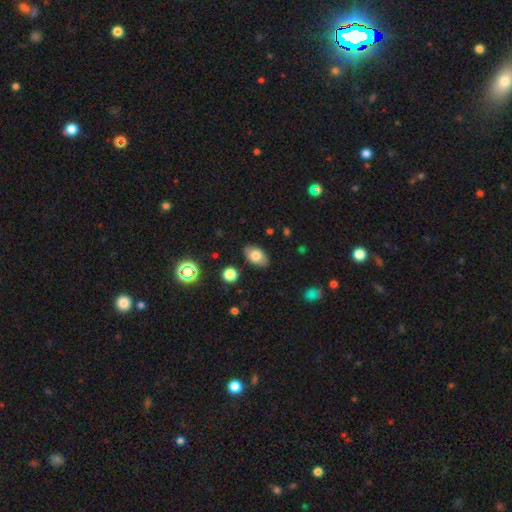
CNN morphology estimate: This is likely a smooth galaxy (76%). How rounded: clearly in between (89%). Merging: clearly none (84%).